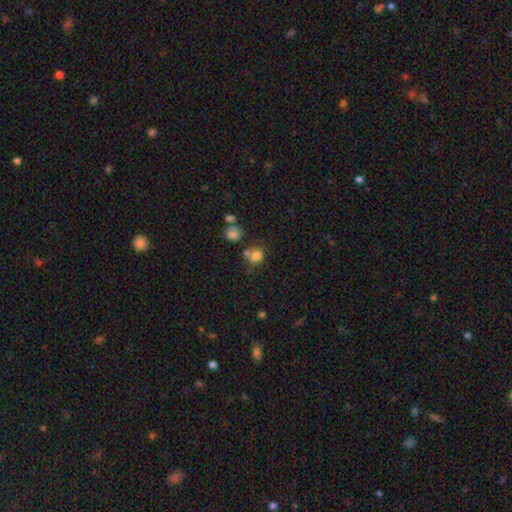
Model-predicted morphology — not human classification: A smooth galaxy with no disk features (78%) that is round (74%).

Vote fractions:
- Smooth or featured? smooth: 78% / star or artifact: 13% / featured or disk: 9%
- How rounded? round: 74% / in between: 25% / cigar-shaped: 1%
- Merging? none: 55% / merger: 27% / minor disturbance: 13% / major disturbance: 5%